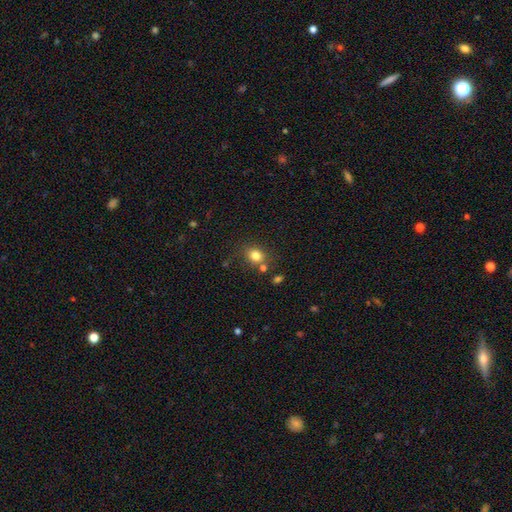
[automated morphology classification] type=smooth (80%); roundness=round (58%); merging=none (71%).